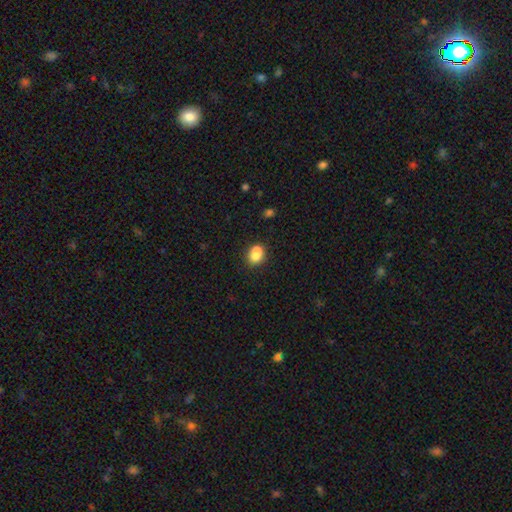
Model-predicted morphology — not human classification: Smooth or featured? Predicted: smooth (p=0.78). How rounded? Predicted: in between (p=0.55). Merging? Predicted: none (p=0.44).